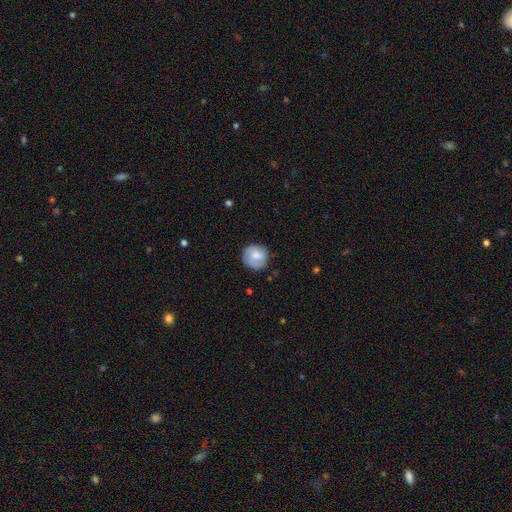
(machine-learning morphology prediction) smooth 62%, featured or disk 31%, star or artifact 7%. Down the decision tree: how rounded — round (91%); merging — none (78%).